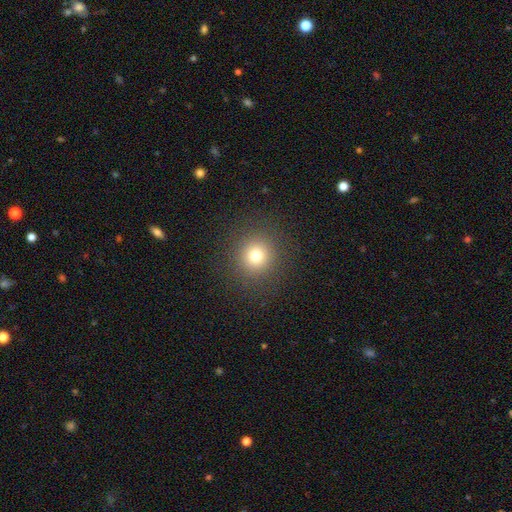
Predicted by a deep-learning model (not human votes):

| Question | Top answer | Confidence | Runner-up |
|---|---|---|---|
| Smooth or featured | smooth | 75% | star or artifact (16%) |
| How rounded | round | 93% | in between (6%) |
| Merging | none | 90% | minor disturbance (6%) |